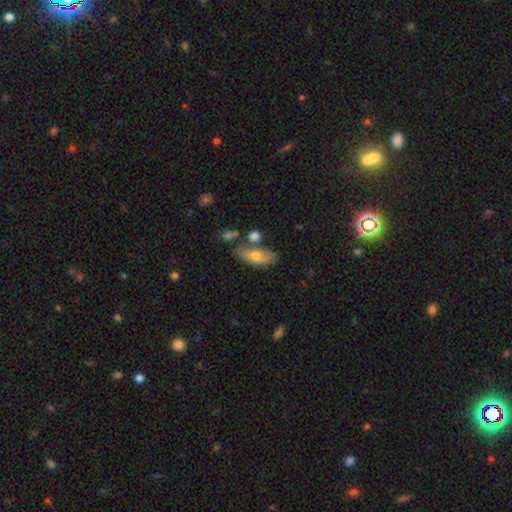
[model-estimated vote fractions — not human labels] Smooth or featured? smooth (65%)
How rounded? in between (78%)
Merging? none (57%)